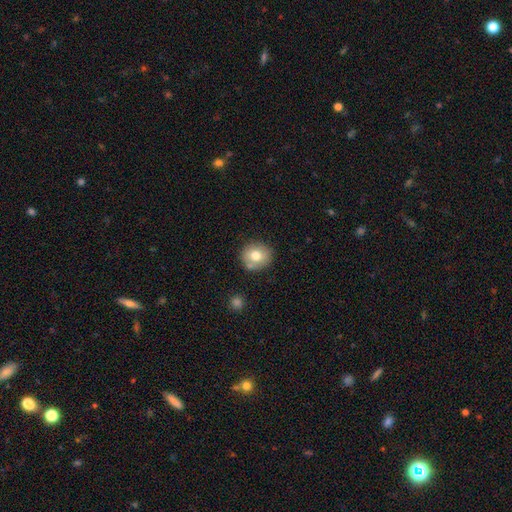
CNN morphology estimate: A smooth galaxy with no disk features (75%) that is round (85%).

Vote fractions:
- Smooth or featured? smooth: 75% / featured or disk: 16% / star or artifact: 9%
- How rounded? round: 85% / in between: 14% / cigar-shaped: 1%
- Merging? none: 76% / minor disturbance: 12% / merger: 9% / major disturbance: 3%